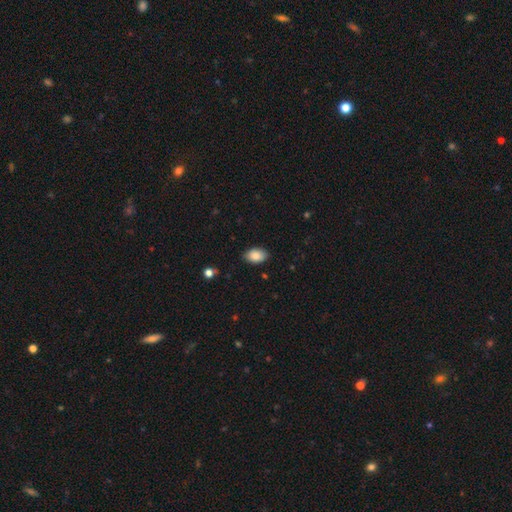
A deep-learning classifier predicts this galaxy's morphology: This is clearly a smooth galaxy (86%). How rounded: clearly in between (90%). Merging: clearly none (85%).